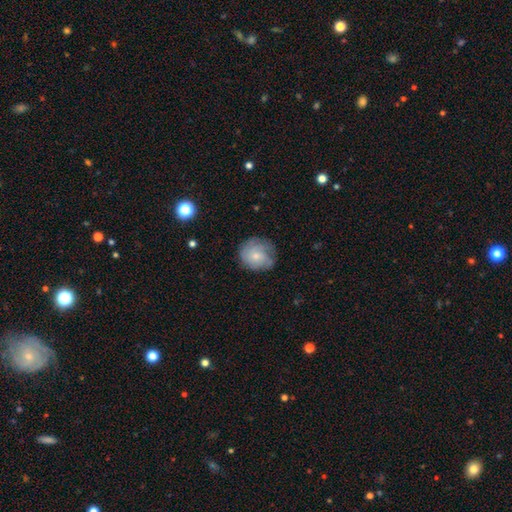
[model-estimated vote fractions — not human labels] Overall: smooth (54%; featured or disk 38%). How rounded: round (80%). Merging: none (68%).